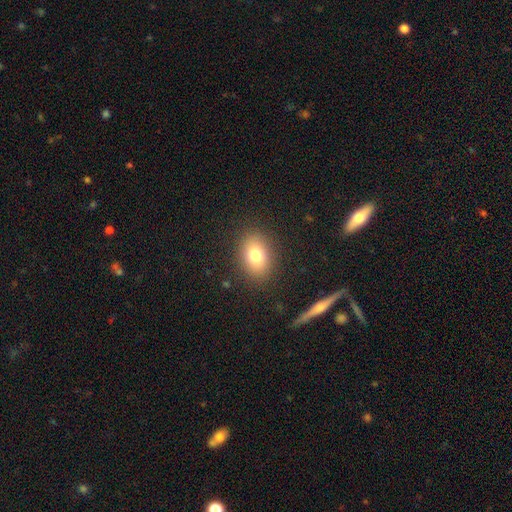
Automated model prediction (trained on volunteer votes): A smooth galaxy with no disk features (77%) that is in between round and cigar-shaped (66%).

Vote fractions:
- Smooth or featured? smooth: 77% / star or artifact: 11% / featured or disk: 11%
- How rounded? in between: 66% / round: 33% / cigar-shaped: 1%
- Merging? none: 86% / minor disturbance: 9% / major disturbance: 4% / merger: 1%